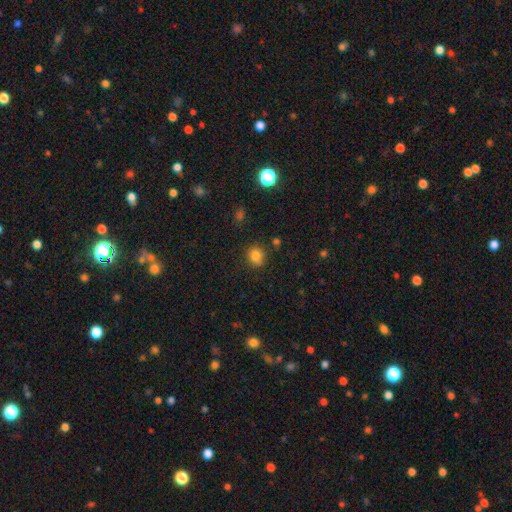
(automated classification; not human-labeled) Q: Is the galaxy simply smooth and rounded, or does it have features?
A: smooth — 81%.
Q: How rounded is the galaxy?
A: round — 75%.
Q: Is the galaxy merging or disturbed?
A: none — 77%.